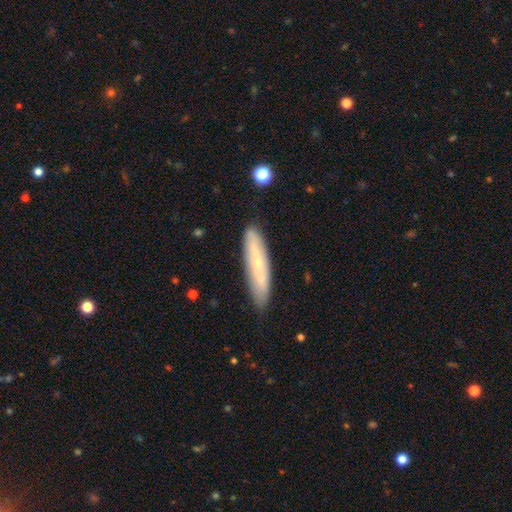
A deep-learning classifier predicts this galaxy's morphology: Smooth or featured? Predicted: smooth (p=0.48). Merging? Predicted: none (p=0.86).